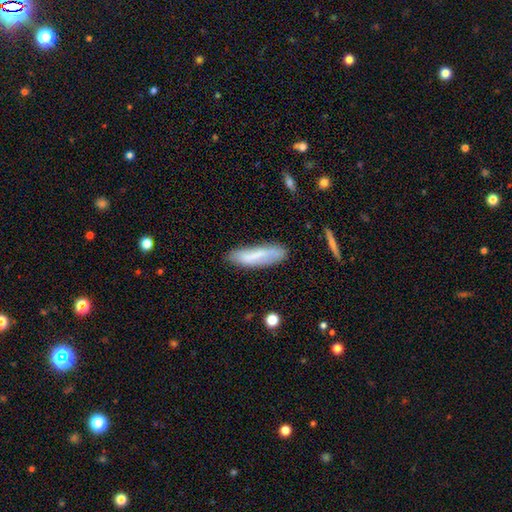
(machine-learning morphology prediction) smooth-or-featured: smooth: 67% | featured or disk: 26% | star or artifact: 7%
  how-rounded: cigar-shaped: 66% | in between: 32% | round: 2%
  merging: none: 76% | minor disturbance: 18% | major disturbance: 4% | merger: 2%